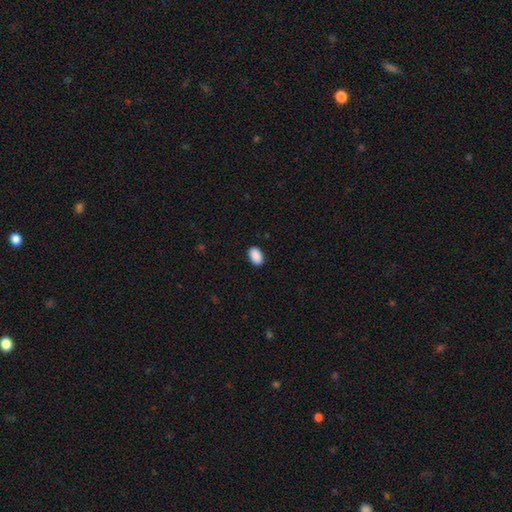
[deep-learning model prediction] Smooth or featured: smooth — 91% (star or artifact — 7%)
How rounded: in between — 92% (round — 7%)
Merging: none — 89% (minor disturbance — 8%)